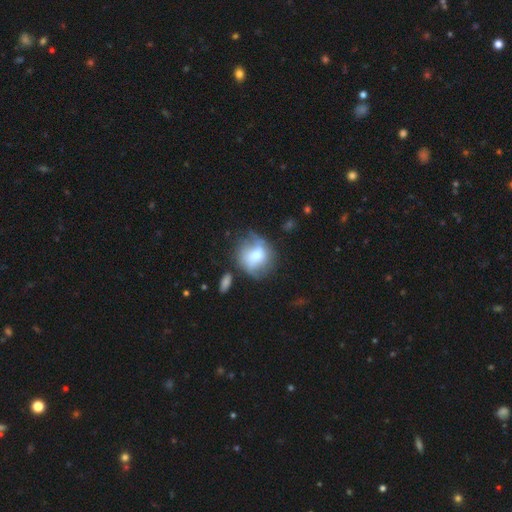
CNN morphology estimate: A smooth galaxy with no disk features (55%) that is round (75%).

Vote fractions:
- Smooth or featured? smooth: 55% / featured or disk: 36% / star or artifact: 9%
- How rounded? round: 75% / in between: 24% / cigar-shaped: 2%
- Merging? none: 54% / minor disturbance: 26% / major disturbance: 12% / merger: 8%